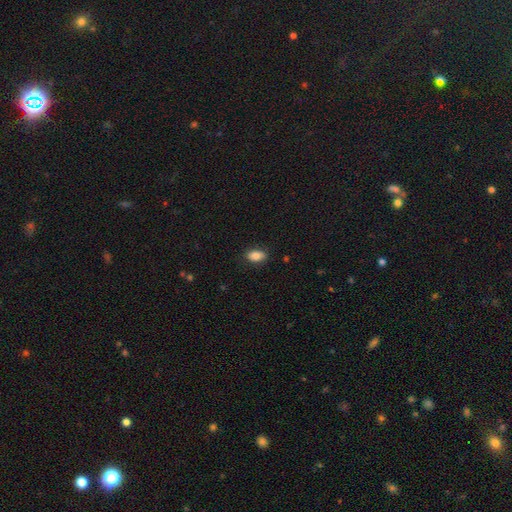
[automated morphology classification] This is clearly a smooth galaxy (84%). How rounded: clearly in between (90%). Merging: clearly none (85%).